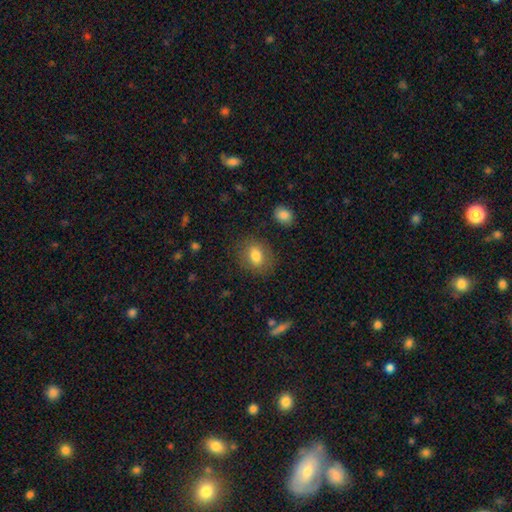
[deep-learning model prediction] The model was most divided on "how rounded": in between: 61%, round: 38%, cigar-shaped: 1%. More confident: merging — none (81%); smooth or featured — smooth (80%).